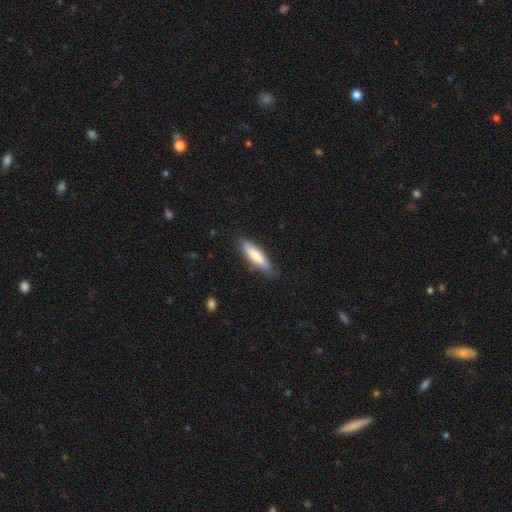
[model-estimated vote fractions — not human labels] Smooth or featured?
  - smooth: 74% *
  - featured or disk: 20%
  - star or artifact: 6%
How rounded?
  - cigar-shaped: 66% *
  - in between: 33%
  - round: 1%
Merging?
  - none: 79% *
  - minor disturbance: 16%
  - major disturbance: 3%
  - merger: 1%